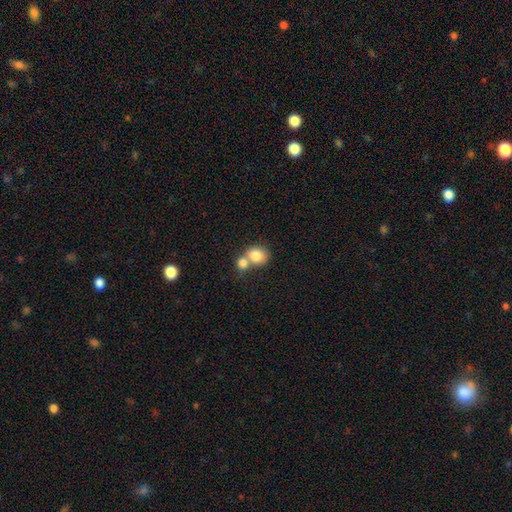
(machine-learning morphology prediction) Overall: smooth (81%). How rounded: round (65%; in between 34%). Merging: merger (60%; none 30%).